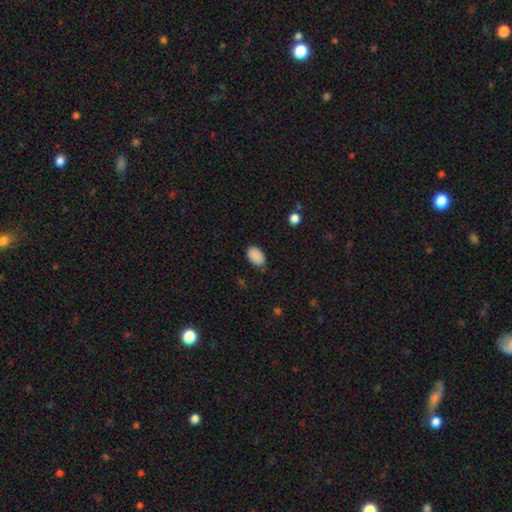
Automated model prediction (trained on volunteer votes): A smooth galaxy with no disk features (89%) that is in between round and cigar-shaped (91%).

Vote fractions:
- Smooth or featured? smooth: 89% / star or artifact: 8% / featured or disk: 3%
- How rounded? in between: 91% / round: 8% / cigar-shaped: 1%
- Merging? none: 80% / minor disturbance: 16% / major disturbance: 3% / merger: 1%